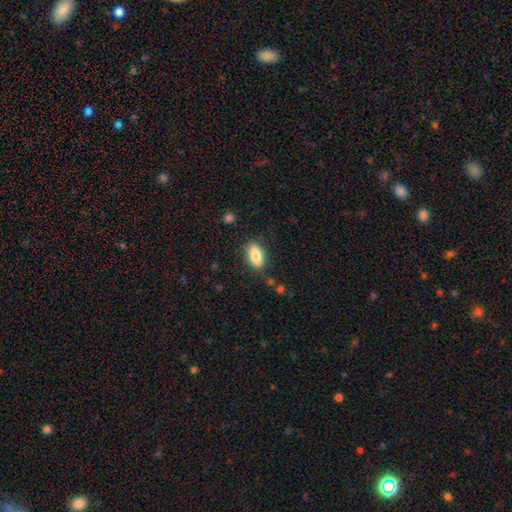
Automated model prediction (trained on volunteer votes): Smooth or featured? smooth (82%)
How rounded? in between (85%)
Merging? none (82%)